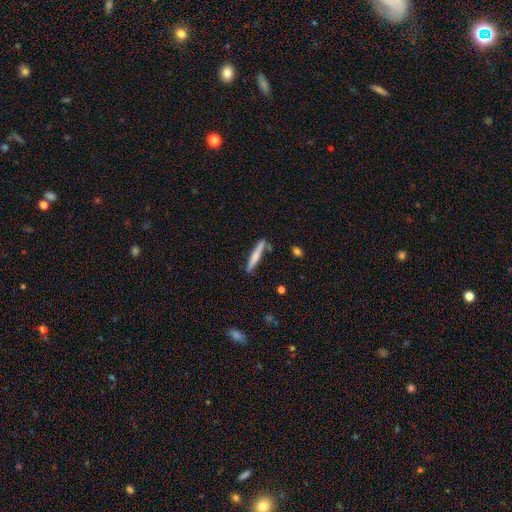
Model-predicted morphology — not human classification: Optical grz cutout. It shows a smooth galaxy with no disk features (64%) that is cigar-shaped (94%). Merging: none (82%).